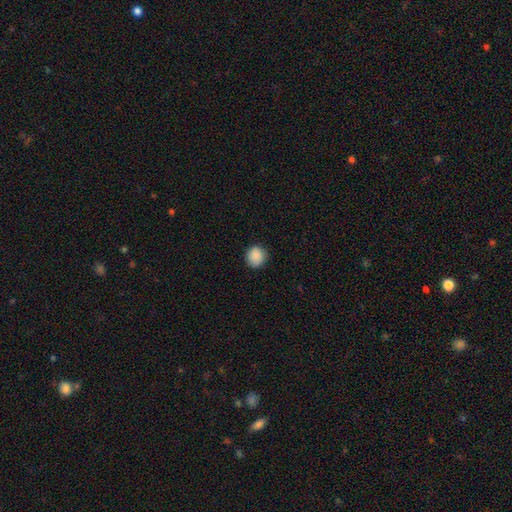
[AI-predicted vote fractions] Q: Smooth or featured?
A: smooth (89%); runner-up: star or artifact (8%)
Q: How rounded?
A: round (87%); runner-up: in between (12%)
Q: Merging?
A: none (88%); runner-up: minor disturbance (9%)